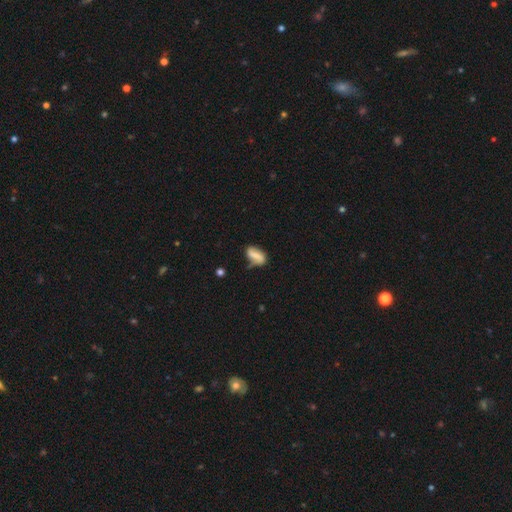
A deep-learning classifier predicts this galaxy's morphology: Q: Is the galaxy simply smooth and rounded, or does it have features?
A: smooth — 55%.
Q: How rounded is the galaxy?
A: in between — 81%.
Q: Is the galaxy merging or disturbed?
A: none — 46%.